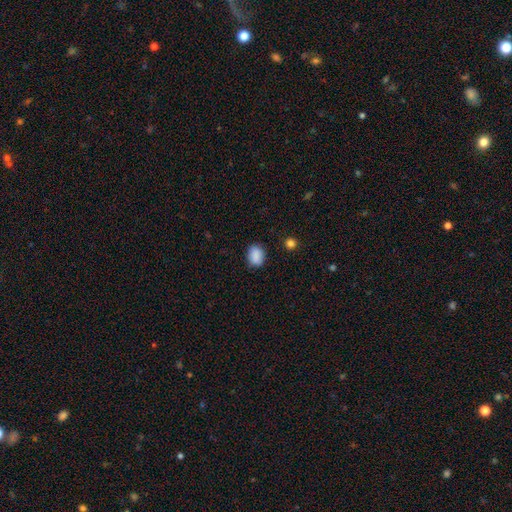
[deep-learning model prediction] The model was most divided on "how rounded": in between: 55%, round: 44%, cigar-shaped: 1%. More confident: smooth or featured — smooth (88%); merging — none (82%).